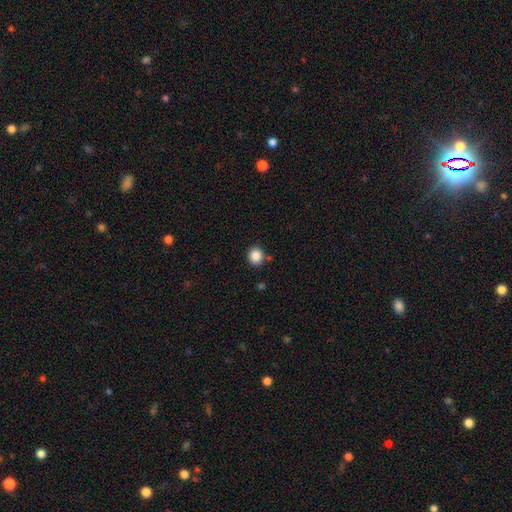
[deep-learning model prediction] Morphology: type=smooth (87%); roundness=round (81%); merging=none (85%).